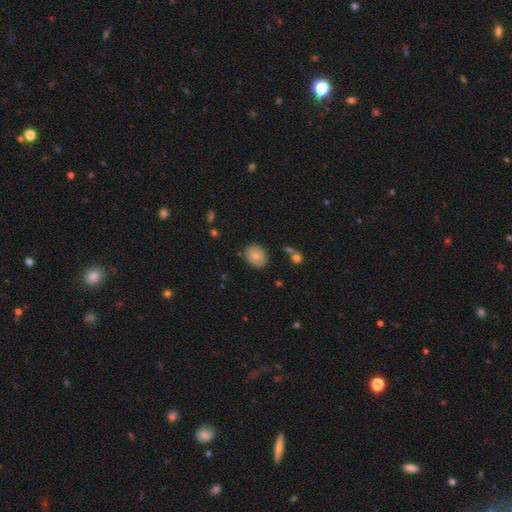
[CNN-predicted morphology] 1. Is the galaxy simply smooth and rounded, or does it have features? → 80% smooth, 12% featured or disk, 8% star or artifact.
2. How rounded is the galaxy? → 56% in between, 43% round, 1% cigar-shaped.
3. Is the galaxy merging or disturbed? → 80% none, 14% minor disturbance, 3% major disturbance, 3% merger.